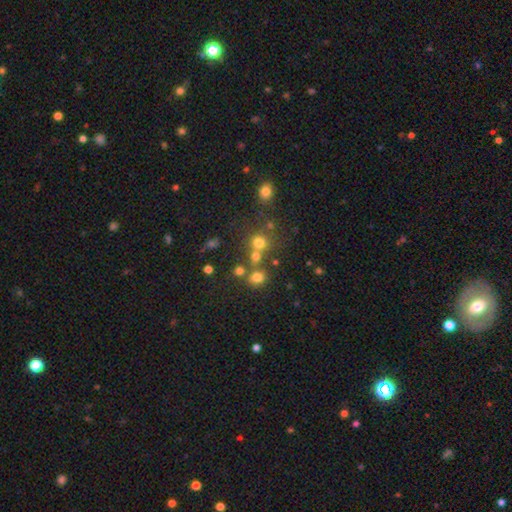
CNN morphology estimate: A smooth galaxy with no disk features (44%, tied with star or artifact).

Vote fractions:
- Smooth or featured? smooth: 44% (tied) / star or artifact: 44% (tied) / featured or disk: 12%
- Merging? none: 61% / merger: 28% / minor disturbance: 7% / major disturbance: 4%